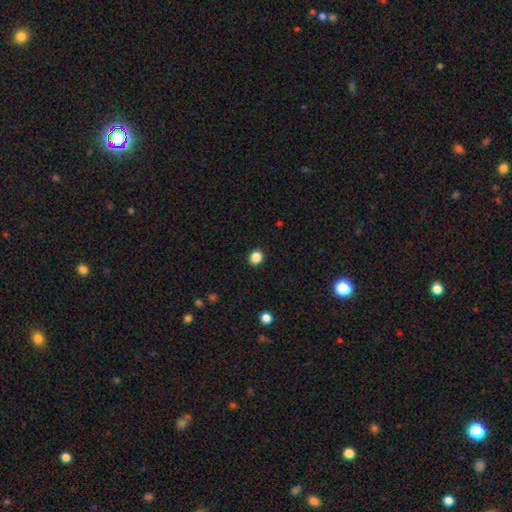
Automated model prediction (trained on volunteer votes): A smooth galaxy with no disk features (86%) that is round (77%).

Vote fractions:
- Smooth or featured? smooth: 86% / star or artifact: 11% / featured or disk: 3%
- How rounded? round: 77% / in between: 22% / cigar-shaped: 1%
- Merging? none: 91% / minor disturbance: 6% / major disturbance: 2% / merger: 1%